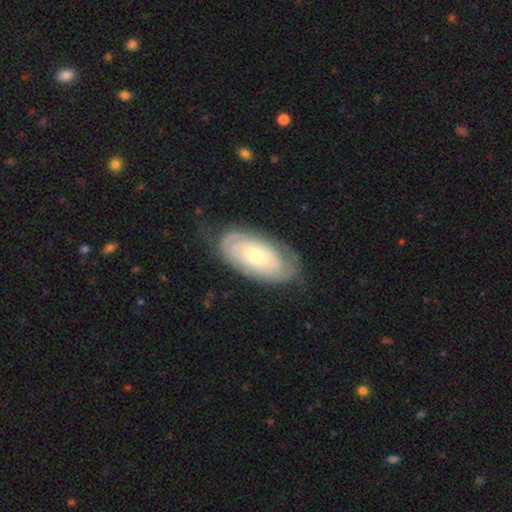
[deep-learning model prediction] Smooth or featured?
  - featured or disk: 64% *
  - smooth: 31%
  - star or artifact: 6%
Edge-on disk?
  - no: 92% *
  - yes: 8%
Bar?
  - no: 77% *
  - weak: 19%
  - strong: 5%
Spiral arms?
  - yes: 77% *
  - no: 23%
Bulge size?
  - small: 48% *
  - moderate: 47%
  - large: 3%
  - none: 1%
  - dominant: 1%
Merging?
  - none: 72% *
  - minor disturbance: 20%
  - major disturbance: 7%
  - merger: 1%